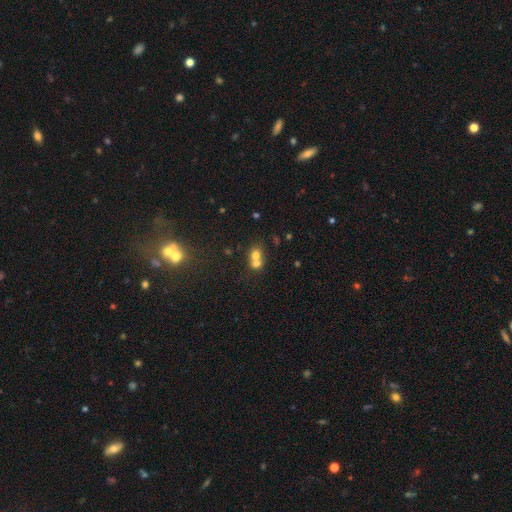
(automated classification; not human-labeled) This is likely a smooth galaxy (68%). How rounded: likely round (71%). Merging: likely merger (67%).